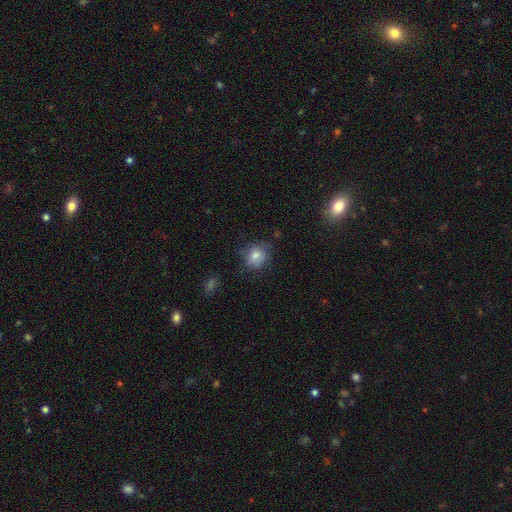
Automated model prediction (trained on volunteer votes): smooth 78%, featured or disk 12%, star or artifact 10%. Down the decision tree: how rounded — round (79%); merging — none (69%).